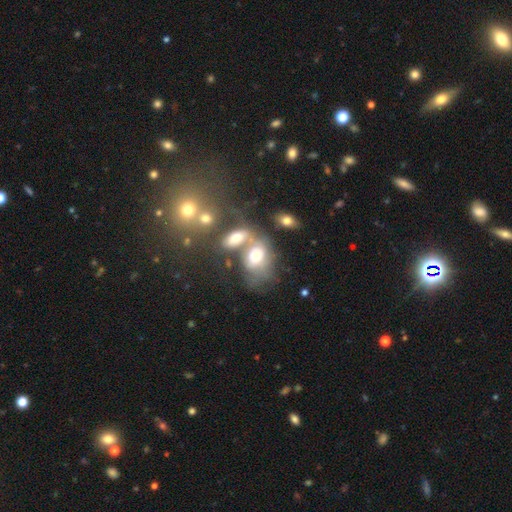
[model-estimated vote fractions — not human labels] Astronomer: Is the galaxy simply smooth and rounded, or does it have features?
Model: smooth — 51% (runner-up: featured or disk, 35%).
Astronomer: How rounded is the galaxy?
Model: in between — 82%.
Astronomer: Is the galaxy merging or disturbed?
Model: merger — 54%.